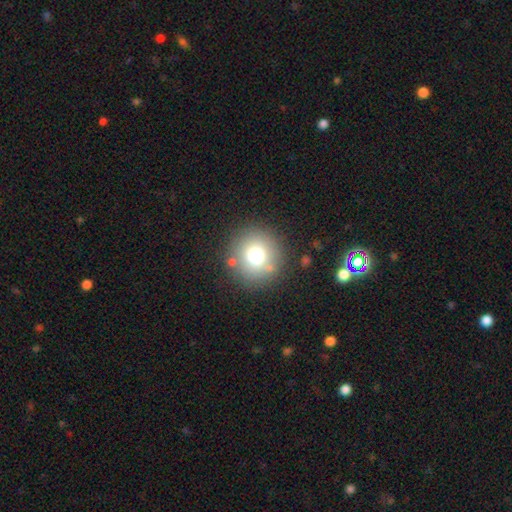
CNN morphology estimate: smooth-or-featured: smooth: 73% | star or artifact: 14% | featured or disk: 14%
  how-rounded: round: 94% | in between: 5% | cigar-shaped: 1%
  merging: none: 83% | minor disturbance: 9% | merger: 4% | major disturbance: 4%